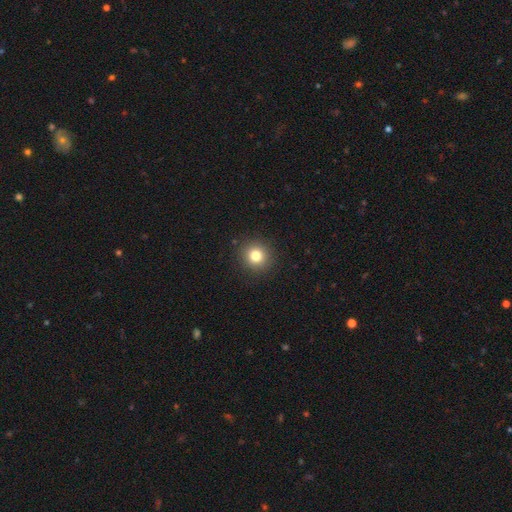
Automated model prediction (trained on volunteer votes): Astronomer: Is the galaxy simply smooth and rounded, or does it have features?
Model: smooth — 79%.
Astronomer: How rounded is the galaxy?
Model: round — 94%.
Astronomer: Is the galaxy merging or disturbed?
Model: none — 92%.